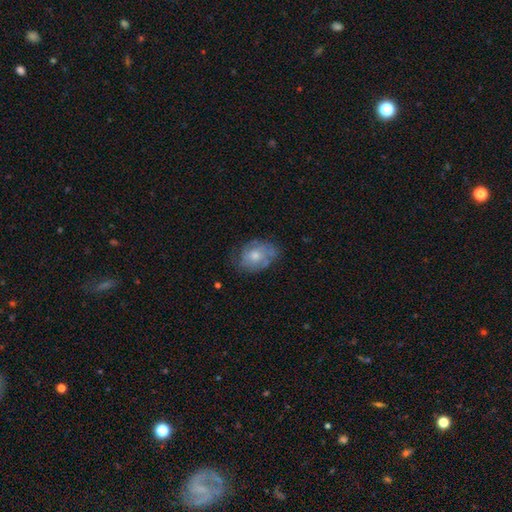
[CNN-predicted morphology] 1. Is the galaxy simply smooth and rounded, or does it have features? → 47% smooth, 46% featured or disk, 8% star or artifact.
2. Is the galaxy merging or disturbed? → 61% none, 26% minor disturbance, 11% major disturbance, 2% merger.